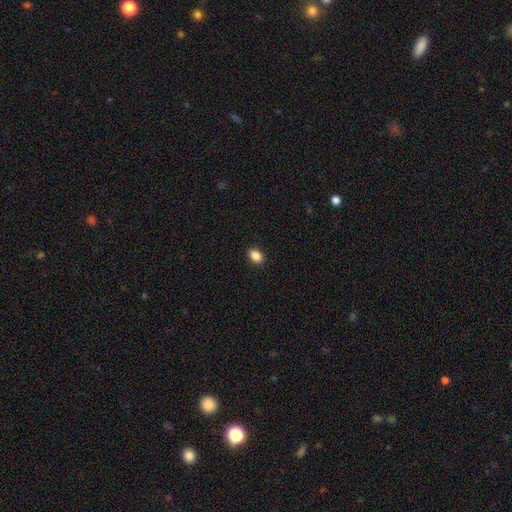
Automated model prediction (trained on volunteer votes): smooth_or_featured: smooth (p=0.88) [alt: star or artifact p=0.09]
how_rounded: in between (p=0.79) [alt: round p=0.20]
merging: none (p=0.91) [alt: minor disturbance p=0.06]